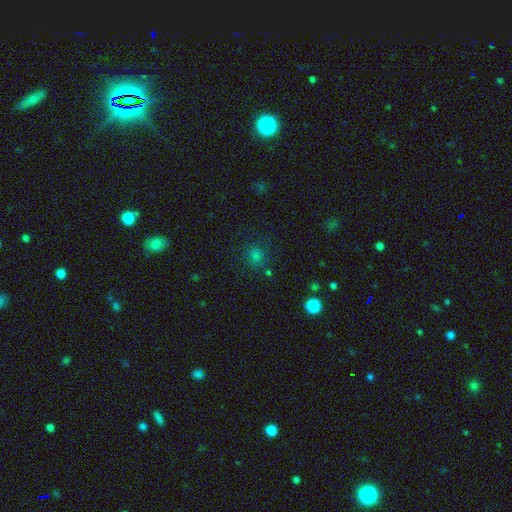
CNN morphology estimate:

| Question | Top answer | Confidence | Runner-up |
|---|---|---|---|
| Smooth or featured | smooth | 67% | star or artifact (28%) |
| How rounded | round | 90% | in between (9%) |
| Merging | none | 83% | minor disturbance (9%) |